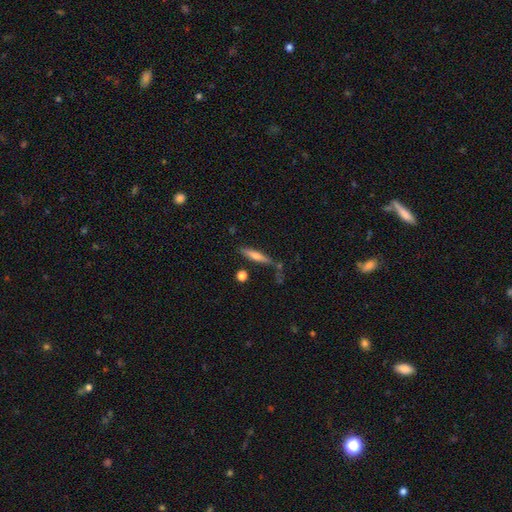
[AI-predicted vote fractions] smooth_or_featured: smooth (p=0.53) [alt: featured or disk p=0.40]
how_rounded: cigar-shaped (p=0.86) [alt: in between p=0.12]
merging: none (p=0.70) [alt: minor disturbance p=0.16]